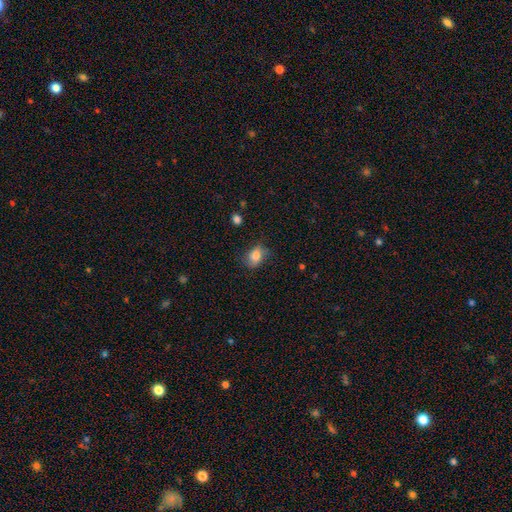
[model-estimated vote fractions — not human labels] Smooth or featured? smooth (79%)
How rounded? in between (69%)
Merging? none (69%)